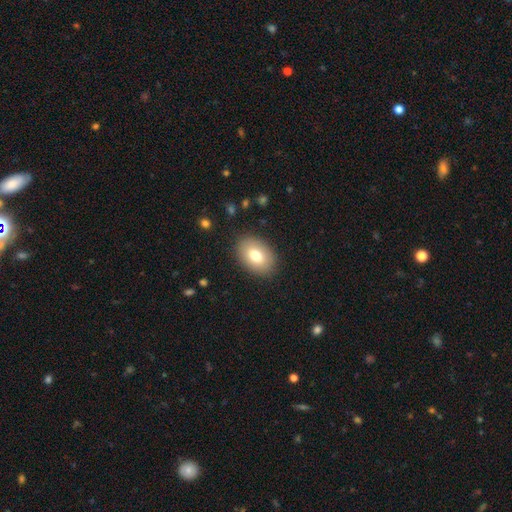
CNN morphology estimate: smooth 76%, featured or disk 16%, star or artifact 8%. Down the decision tree: how rounded — in between (83%); merging — none (87%).